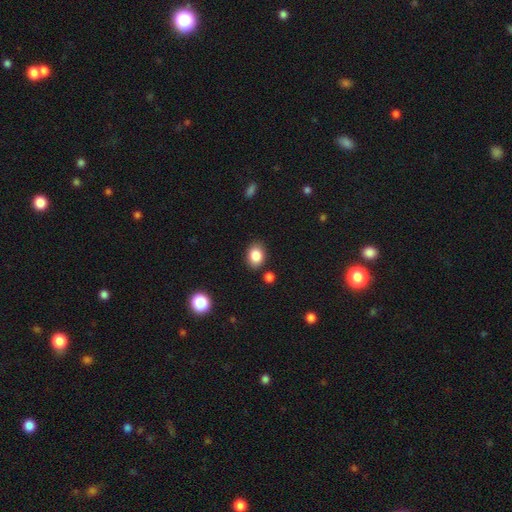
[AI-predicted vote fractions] Smooth or featured? Predicted: smooth (p=0.86). How rounded? Predicted: in between (p=0.67). Merging? Predicted: none (p=0.84).